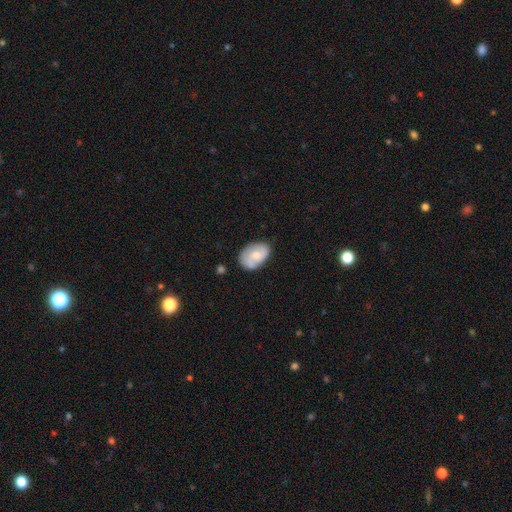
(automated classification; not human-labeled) Smooth or featured?
  - smooth: 55% *
  - featured or disk: 38%
  - star or artifact: 6%
How rounded?
  - in between: 86% *
  - round: 12%
  - cigar-shaped: 1%
Merging?
  - none: 65% *
  - minor disturbance: 26%
  - major disturbance: 7%
  - merger: 3%